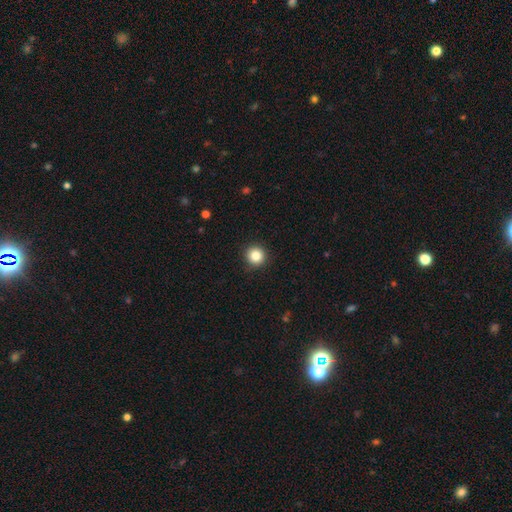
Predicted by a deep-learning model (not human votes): smooth_or_featured: smooth (p=0.85) [alt: star or artifact p=0.10]
how_rounded: round (p=0.94) [alt: in between p=0.05]
merging: none (p=0.91) [alt: minor disturbance p=0.06]